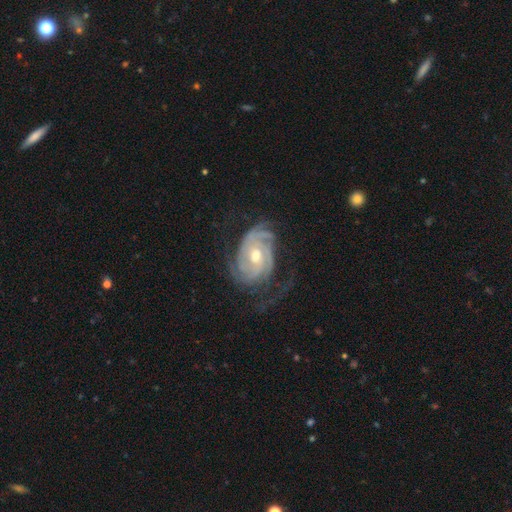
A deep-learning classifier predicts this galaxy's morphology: featured or disk 90%, smooth 5%, star or artifact 5%. Down the decision tree: edge-on disk — no (97%); bar — no (59%); spiral arms — yes (97%); spiral arm count — 3 (28%); spiral winding — tight (68%); bulge size — moderate (72%); merging — none (61%).